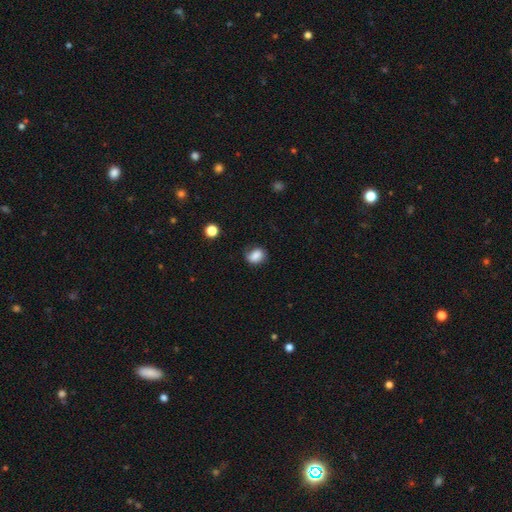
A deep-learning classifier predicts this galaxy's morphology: smooth_or_featured: smooth (p=0.79) [alt: featured or disk p=0.11]
how_rounded: in between (p=0.53) [alt: round p=0.46]
merging: none (p=0.65) [alt: minor disturbance p=0.25]